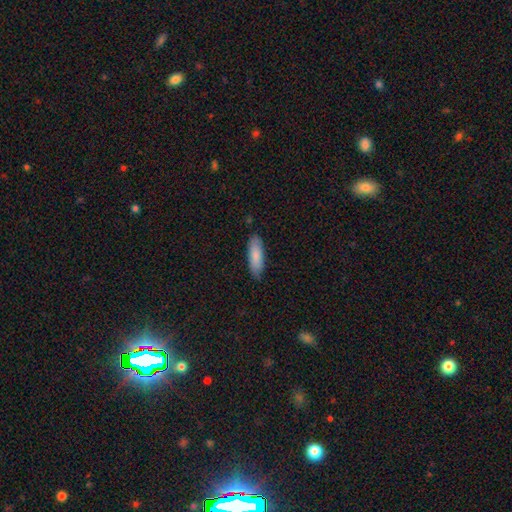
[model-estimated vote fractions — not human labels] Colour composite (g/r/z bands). It shows a smooth galaxy with no disk features (85%) that is in between round and cigar-shaped (53%). Merging: none (85%).